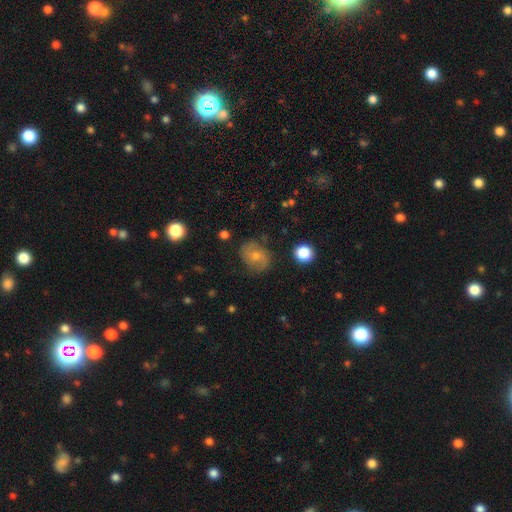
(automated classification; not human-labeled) smooth_or_featured: featured or disk (p=0.53) [alt: smooth p=0.34]
disk_edge_on: no (p=0.97) [alt: yes p=0.03]
bar: no (p=0.68) [alt: weak p=0.27]
has_spiral_arms: yes (p=0.84) [alt: no p=0.16]
bulge_size: moderate (p=0.50) [alt: small p=0.43]
merging: none (p=0.78) [alt: minor disturbance p=0.16]